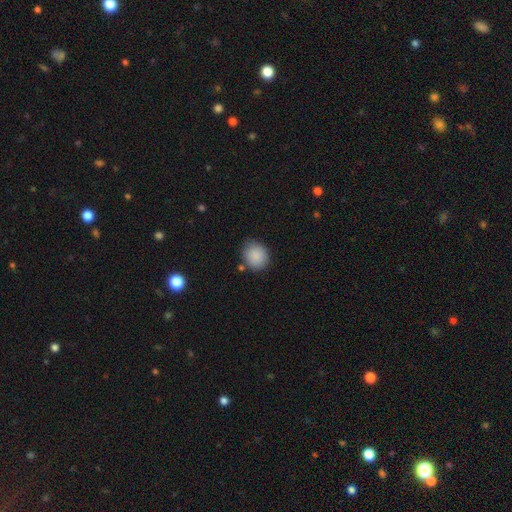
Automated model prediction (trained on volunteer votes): A smooth galaxy with no disk features (88%) that is round (75%).

Vote fractions:
- Smooth or featured? smooth: 88% / star or artifact: 8% / featured or disk: 4%
- How rounded? round: 75% / in between: 24% / cigar-shaped: 1%
- Merging? none: 79% / minor disturbance: 15% / major disturbance: 3% / merger: 3%